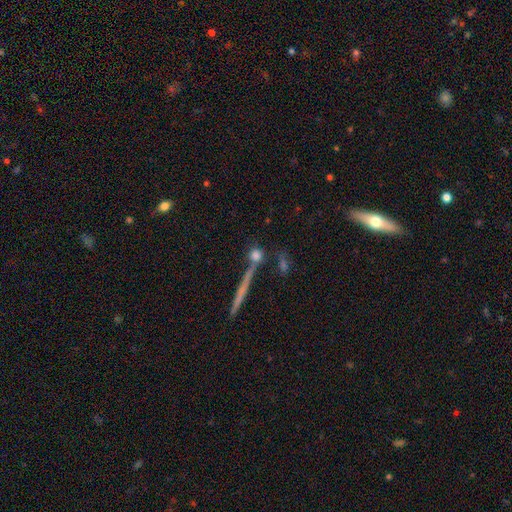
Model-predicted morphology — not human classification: Q: Smooth or featured?
A: smooth (68%); runner-up: featured or disk (17%)
Q: How rounded?
A: round (76%); runner-up: cigar-shaped (13%)
Q: Merging?
A: none (66%); runner-up: merger (17%)